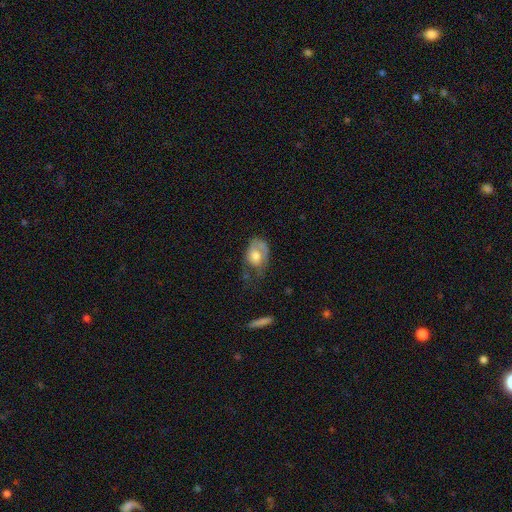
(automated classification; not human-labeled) Morphology: type=smooth (52%); roundness=in between (77%); merging=major disturbance (36%).